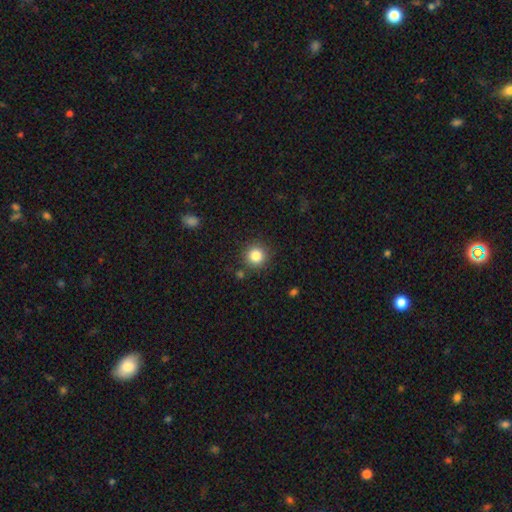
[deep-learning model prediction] Smooth or featured? smooth (84%)
How rounded? round (94%)
Merging? none (87%)